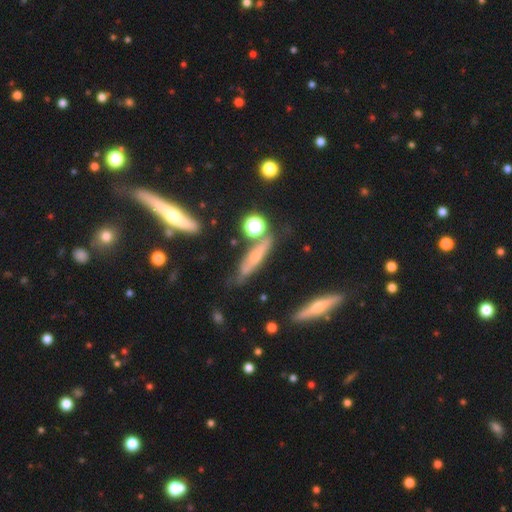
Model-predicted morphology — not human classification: featured or disk 46%, smooth 43%, star or artifact 11%. Down the decision tree: merging — none (65%).